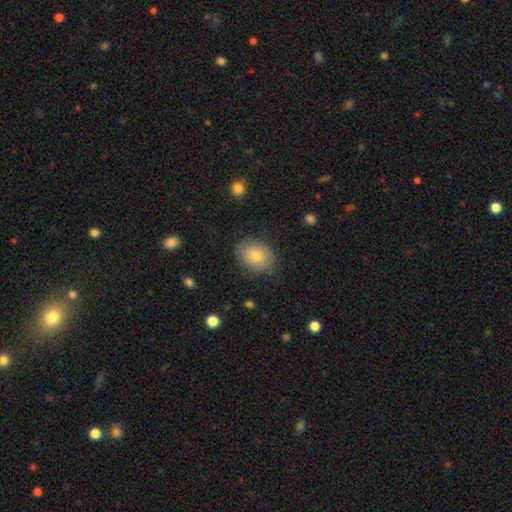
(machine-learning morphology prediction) Smooth or featured?
  - smooth: 70% *
  - featured or disk: 19%
  - star or artifact: 10%
How rounded?
  - round: 57% *
  - in between: 43%
  - cigar-shaped: 1%
Merging?
  - none: 80% *
  - minor disturbance: 14%
  - major disturbance: 4%
  - merger: 1%